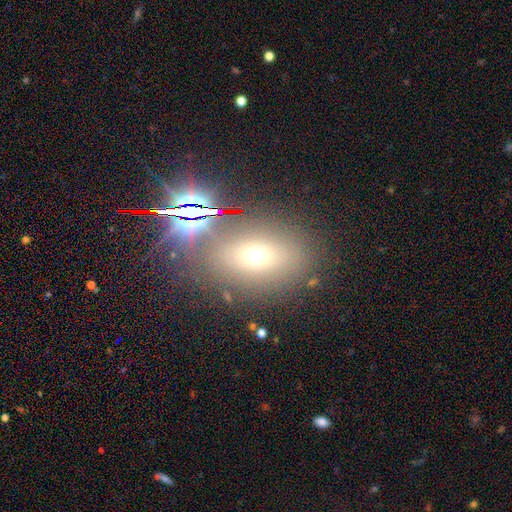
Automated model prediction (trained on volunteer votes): smooth_or_featured: smooth (p=0.47) [alt: star or artifact p=0.35]
merging: none (p=0.77) [alt: minor disturbance p=0.11]